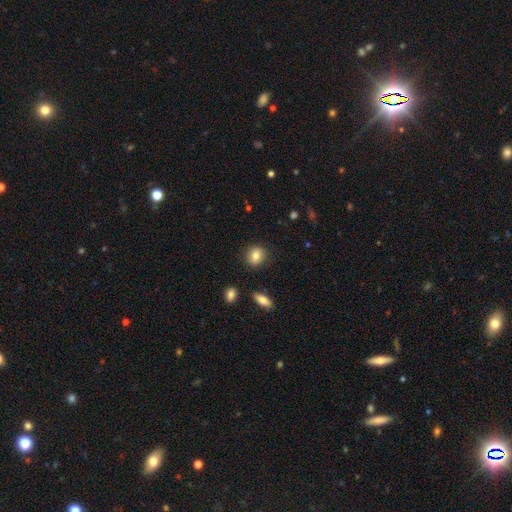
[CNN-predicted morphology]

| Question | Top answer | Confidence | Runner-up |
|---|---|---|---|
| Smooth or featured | smooth | 82% | featured or disk (10%) |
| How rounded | round | 67% | in between (31%) |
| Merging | none | 87% | minor disturbance (9%) |